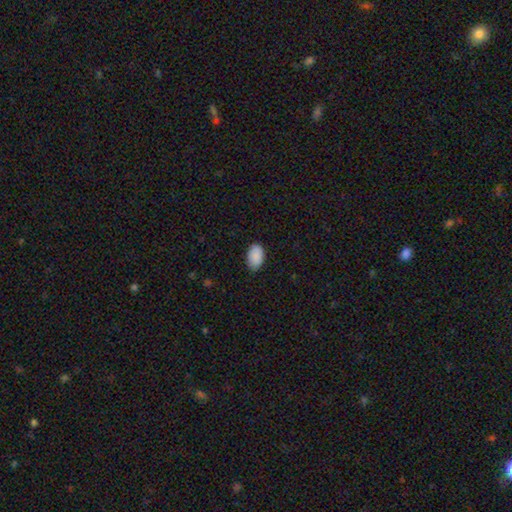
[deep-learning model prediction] Smooth or featured? smooth (90%)
How rounded? in between (92%)
Merging? none (82%)